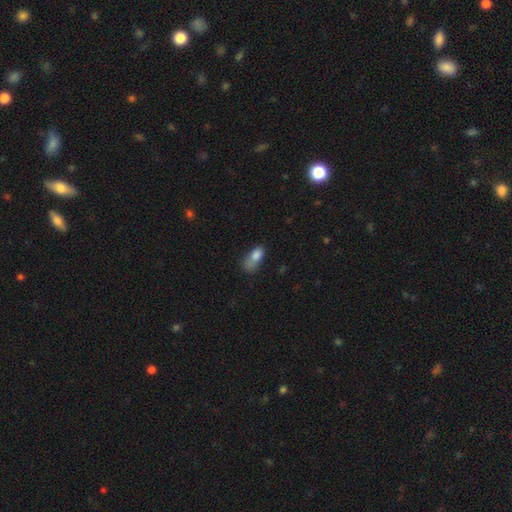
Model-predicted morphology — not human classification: Smooth or featured? smooth (78%)
How rounded? in between (83%)
Merging? minor disturbance (28%)